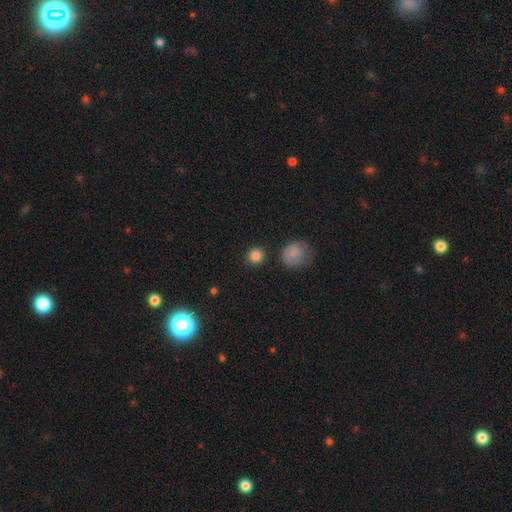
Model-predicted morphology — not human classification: smooth 85%, star or artifact 11%, featured or disk 4%. Down the decision tree: how rounded — round (93%); merging — none (87%).